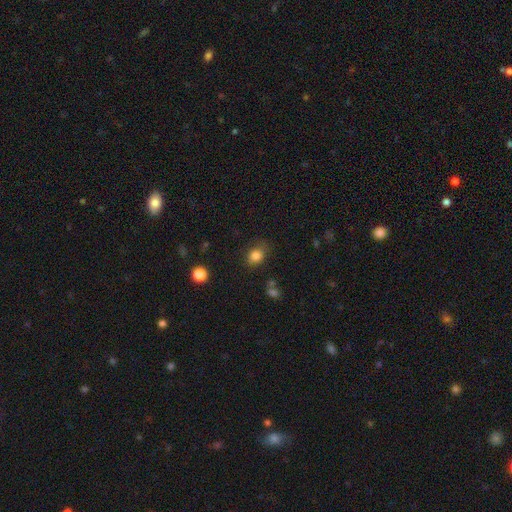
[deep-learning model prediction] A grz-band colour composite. It shows a smooth galaxy with no disk features (83%) that is in between round and cigar-shaped (51%). Merging: none (75%).